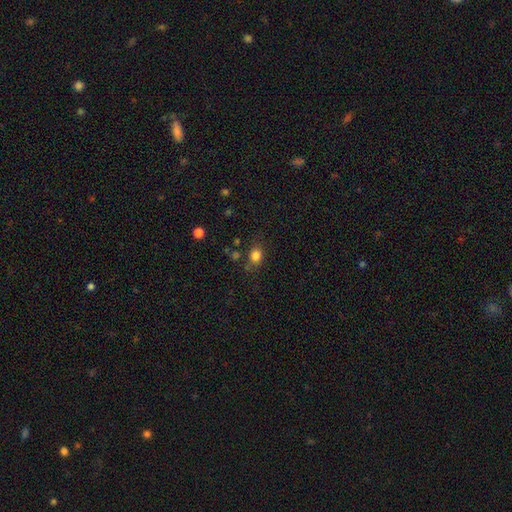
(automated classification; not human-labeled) This appears to be a smooth galaxy with no disk features (81%) that is round (55%). Merging: none (73%).